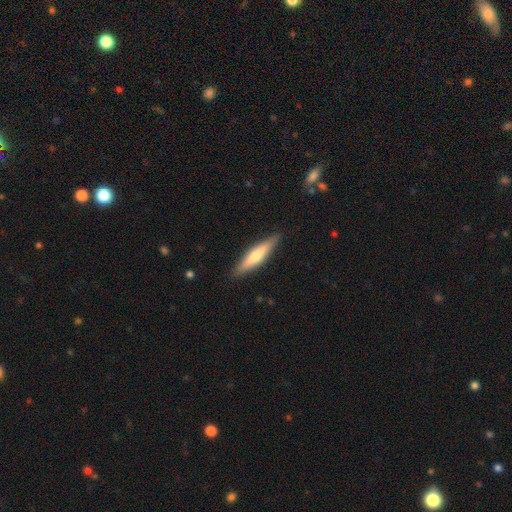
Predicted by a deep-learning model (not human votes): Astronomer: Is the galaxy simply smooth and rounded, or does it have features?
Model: smooth — 51% (runner-up: featured or disk, 43%).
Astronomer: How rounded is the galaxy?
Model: cigar-shaped — 86%.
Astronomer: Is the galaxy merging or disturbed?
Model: none — 89%.